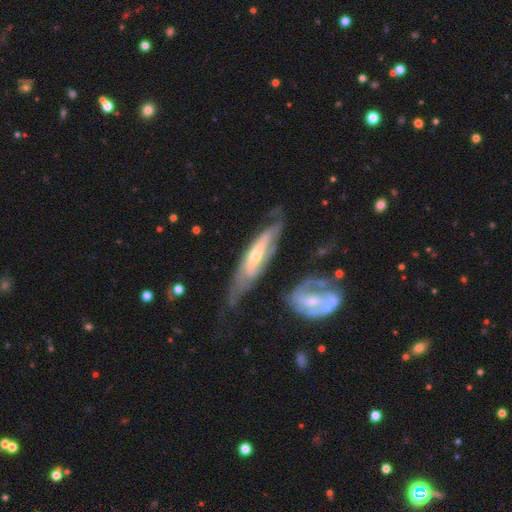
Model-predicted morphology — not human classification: This appears to be a featured or disk galaxy (77%) with no bar (40%), spiral arms (86%) and a moderate central bulge (47%). Merging: none (52%).